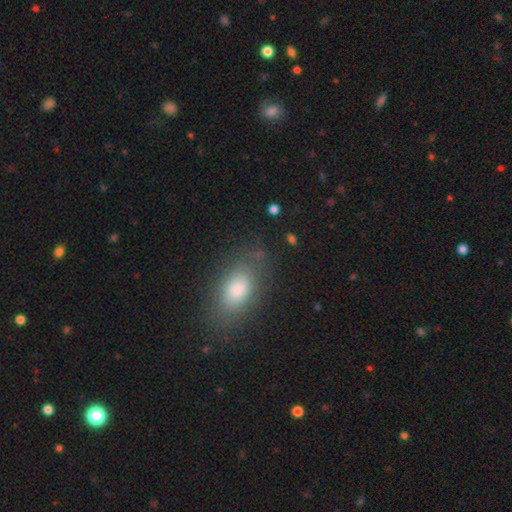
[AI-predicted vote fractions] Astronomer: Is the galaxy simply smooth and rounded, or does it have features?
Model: smooth — 76%.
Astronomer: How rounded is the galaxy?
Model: in between — 86%.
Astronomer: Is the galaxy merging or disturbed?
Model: none — 83%.